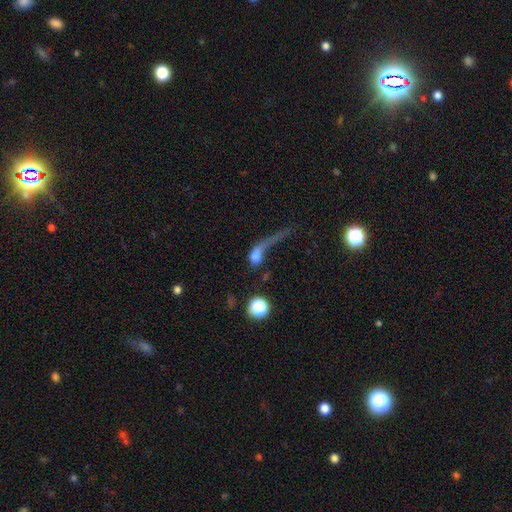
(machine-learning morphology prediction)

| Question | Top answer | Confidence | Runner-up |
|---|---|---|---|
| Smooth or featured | smooth | 55% | featured or disk (30%) |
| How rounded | in between | 45% | round (44%) |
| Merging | major disturbance | 57% | none (17%) |